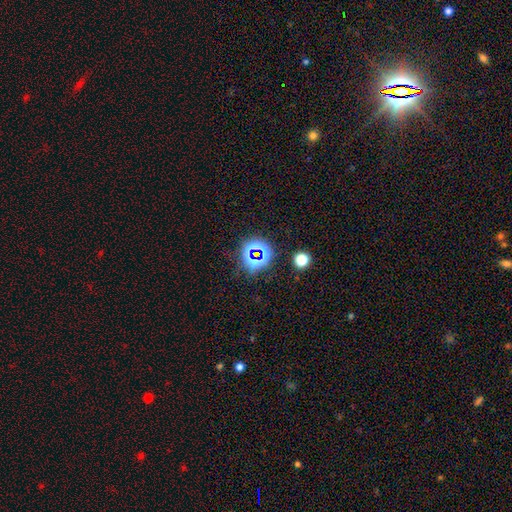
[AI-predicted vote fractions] Smooth or featured? Predicted: star or artifact (p=0.68).